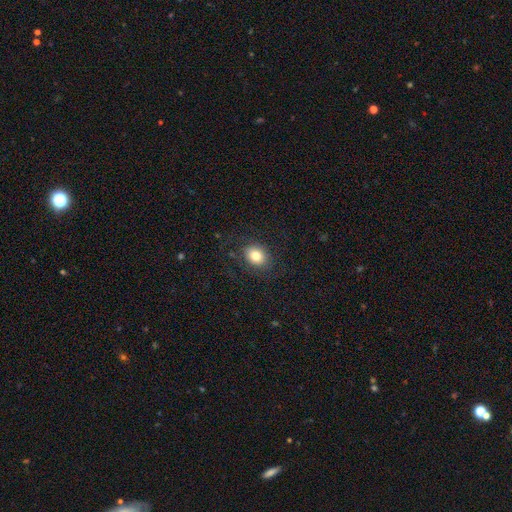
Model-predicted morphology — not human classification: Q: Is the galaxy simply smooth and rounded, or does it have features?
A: smooth — 79%.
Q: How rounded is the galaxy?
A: round — 52%.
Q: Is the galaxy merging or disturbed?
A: none — 81%.